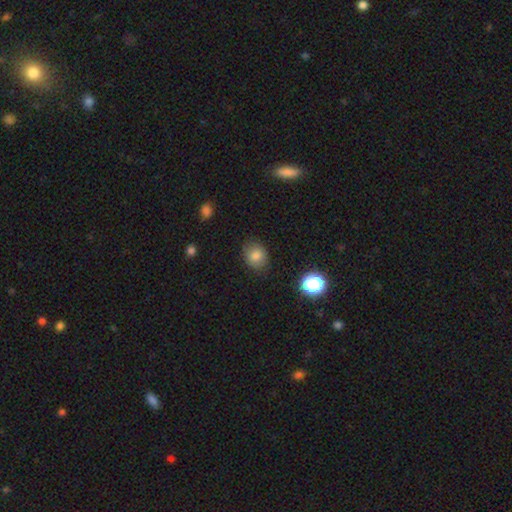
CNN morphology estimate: Overall: smooth (81%). How rounded: round (53%; in between 46%). Merging: none (79%).